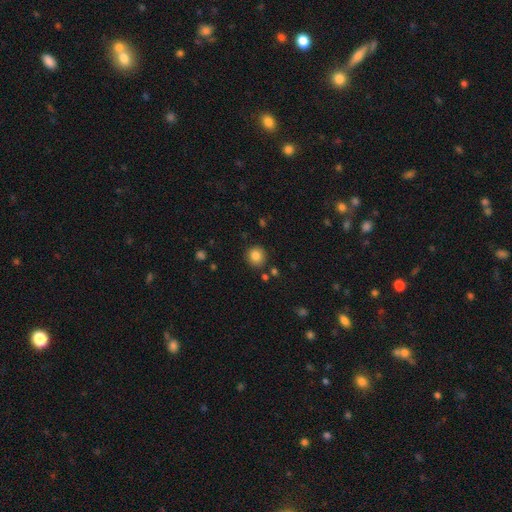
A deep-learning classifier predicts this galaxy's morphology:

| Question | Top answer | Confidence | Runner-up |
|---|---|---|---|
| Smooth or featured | smooth | 84% | star or artifact (10%) |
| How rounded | round | 89% | in between (10%) |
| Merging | none | 87% | minor disturbance (8%) |